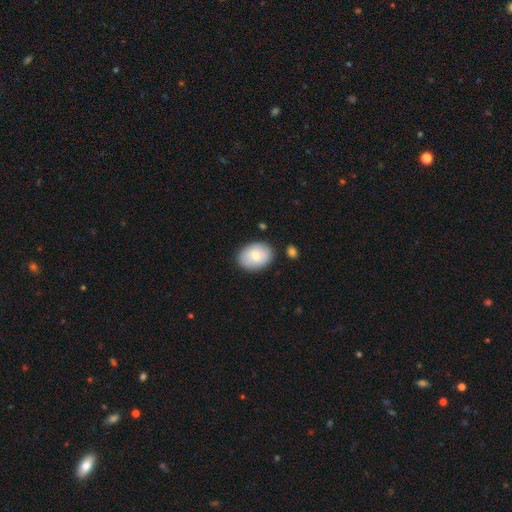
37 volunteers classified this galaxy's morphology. Volunteers were most divided on "smooth or featured": smooth: 62%, featured or disk: 32%, star or artifact: 5%. More confident: merging — none (91%); how rounded — in between (74%).